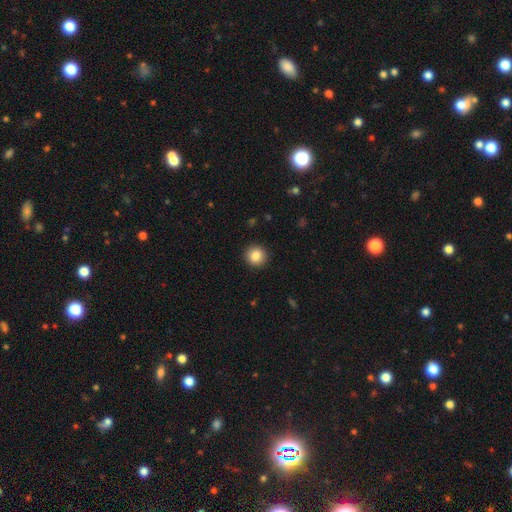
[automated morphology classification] A smooth galaxy with no disk features (85%) that is round (93%). Merging: none (92%).